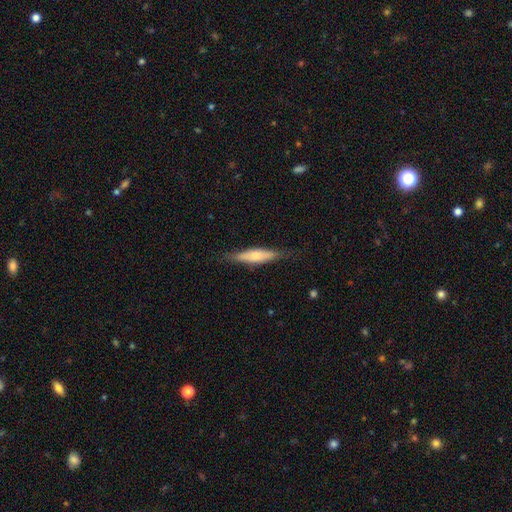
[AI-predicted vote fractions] Smooth or featured? Predicted: smooth (p=0.58). How rounded? Predicted: cigar-shaped (p=0.77). Merging? Predicted: none (p=0.81).